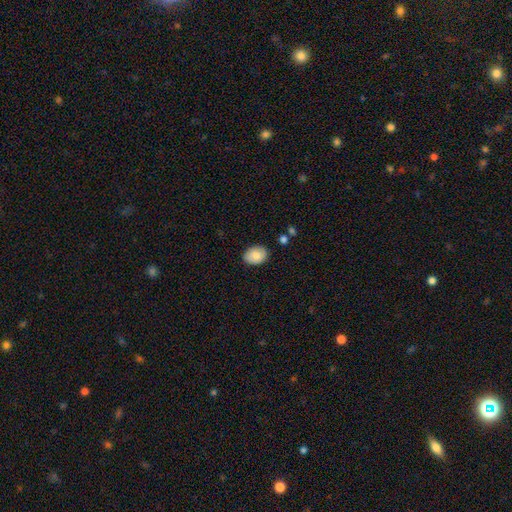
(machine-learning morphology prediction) This is clearly a smooth galaxy (85%). How rounded: likely in between (76%). Merging: clearly none (84%).